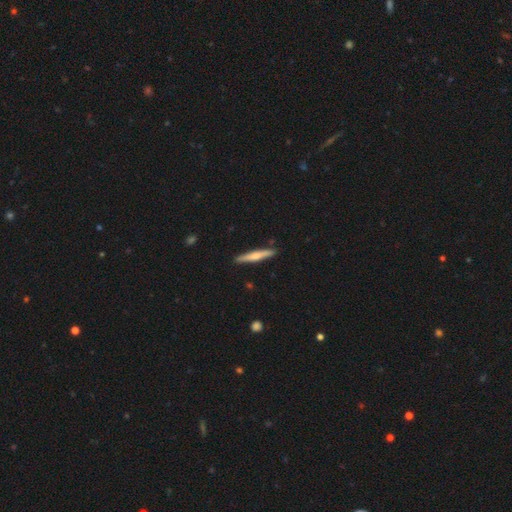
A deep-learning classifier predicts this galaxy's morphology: smooth 50%, featured or disk 45%, star or artifact 5%. Down the decision tree: merging — none (90%).